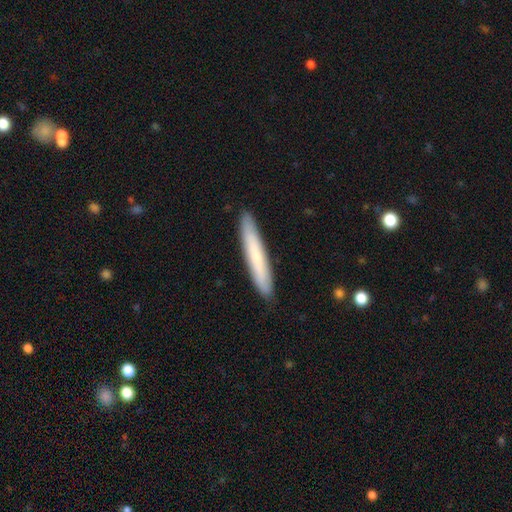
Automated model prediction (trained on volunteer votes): Overall: smooth (68%). How rounded: cigar-shaped (94%). Merging: none (89%).